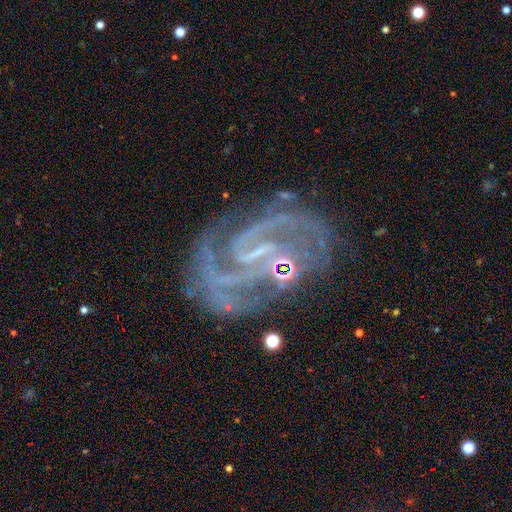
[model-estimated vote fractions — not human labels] The model was most divided on "spiral winding": tight: 47%, medium: 43%, loose: 10%. Remaining: spiral arms — yes (98%); edge-on disk — no (98%); smooth or featured — featured or disk (89%); merging — none (69%); bulge size — small (63%); spiral arm count — 2 (50%); bar — weak (42%).